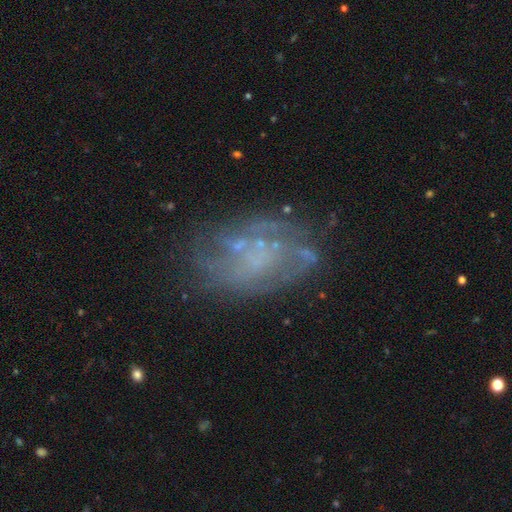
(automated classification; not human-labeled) featured or disk 68%, smooth 19%, star or artifact 12%. Down the decision tree: edge-on disk — no (97%); bar — no (81%); spiral arms — yes (52%); bulge size — none (62%); merging — none (62%).